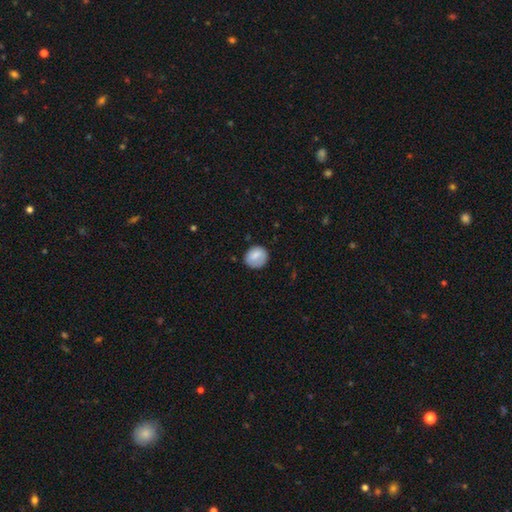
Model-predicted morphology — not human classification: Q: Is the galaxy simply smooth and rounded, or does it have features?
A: smooth — 79%.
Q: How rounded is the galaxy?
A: round — 80%.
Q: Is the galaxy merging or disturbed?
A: none — 77%.